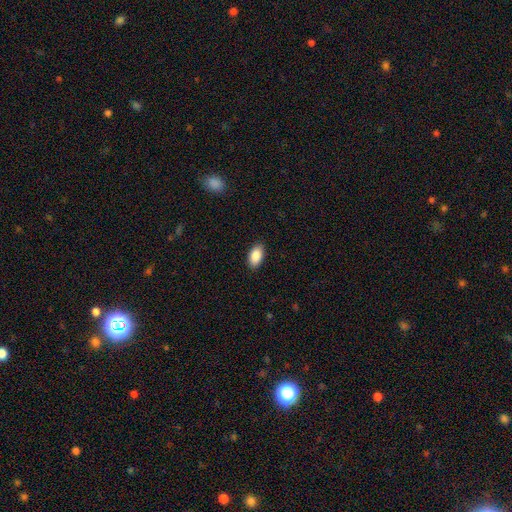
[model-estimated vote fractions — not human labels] Q: Smooth or featured?
A: smooth (89%); runner-up: star or artifact (7%)
Q: How rounded?
A: in between (94%); runner-up: round (4%)
Q: Merging?
A: none (88%); runner-up: minor disturbance (9%)